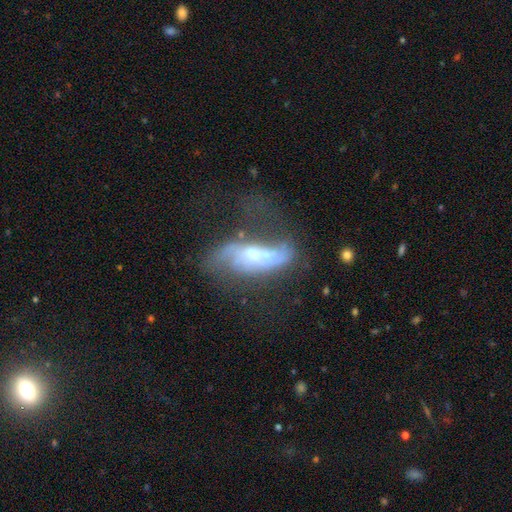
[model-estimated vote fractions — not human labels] Q: Smooth or featured?
A: featured or disk (68%); runner-up: smooth (24%)
Q: Edge-on disk?
A: no (88%); runner-up: yes (12%)
Q: Bar?
A: no (59%); runner-up: weak (30%)
Q: Spiral arms?
A: yes (71%); runner-up: no (29%)
Q: Bulge size?
A: moderate (52%); runner-up: small (29%)
Q: Merging?
A: major disturbance (35%); runner-up: none (27%)